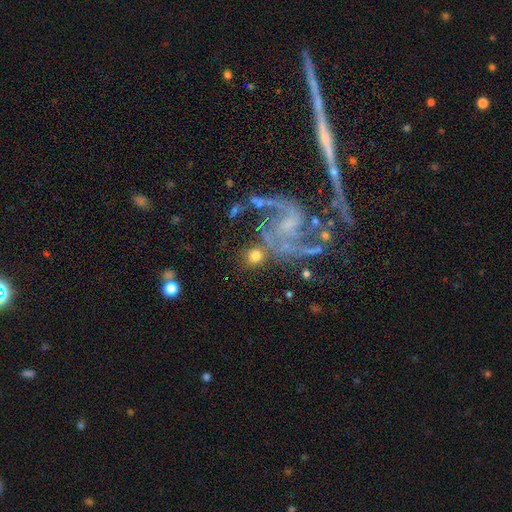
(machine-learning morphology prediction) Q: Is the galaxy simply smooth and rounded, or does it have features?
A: smooth — 65%.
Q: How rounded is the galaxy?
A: round — 88%.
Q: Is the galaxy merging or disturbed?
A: none — 74%.